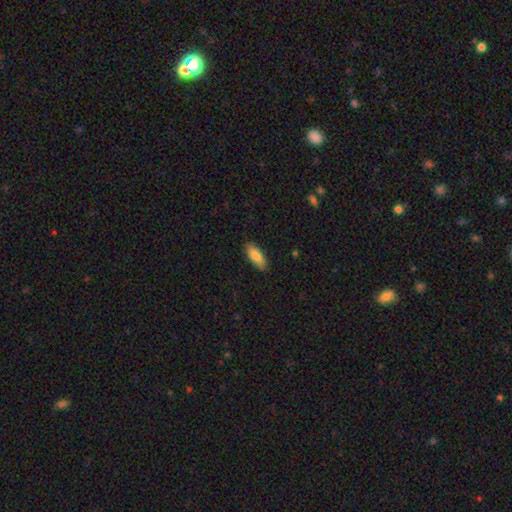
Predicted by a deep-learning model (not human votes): Smooth or featured? Predicted: smooth (p=0.82). How rounded? Predicted: in between (p=0.75). Merging? Predicted: none (p=0.86).